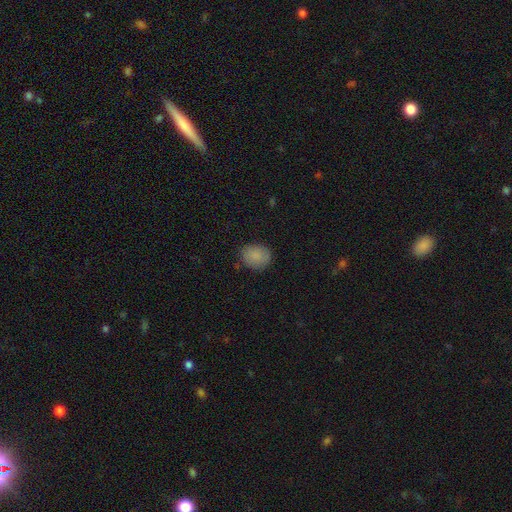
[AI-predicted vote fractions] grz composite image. It shows a smooth galaxy with no disk features (86%) that is in between round and cigar-shaped (52%). Merging: none (80%).